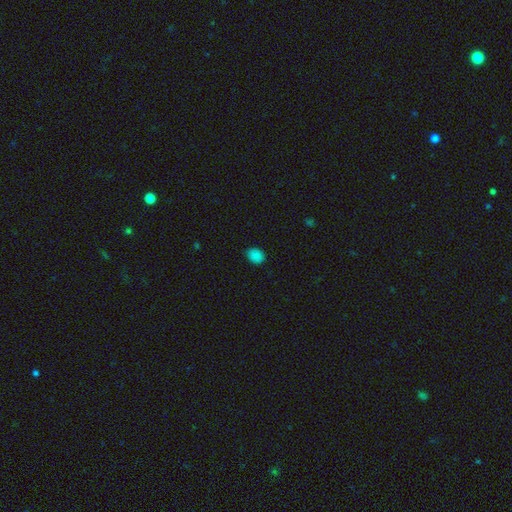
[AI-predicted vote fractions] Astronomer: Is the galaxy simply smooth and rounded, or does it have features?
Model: smooth — 85%.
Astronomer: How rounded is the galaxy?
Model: in between — 57% (runner-up: round, 42%).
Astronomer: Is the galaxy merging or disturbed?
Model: none — 80%.